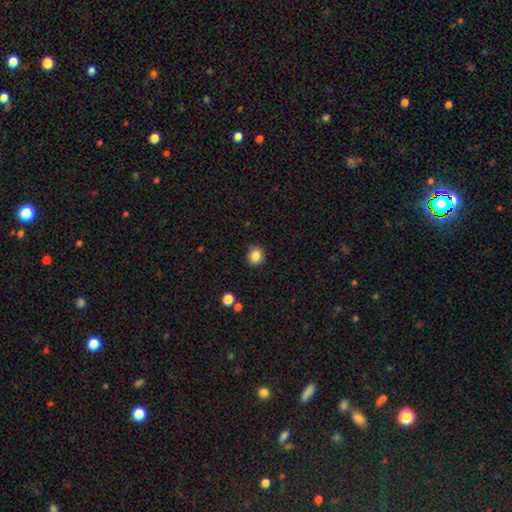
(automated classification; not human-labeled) smooth_or_featured: smooth (p=0.85) [alt: star or artifact p=0.10]
how_rounded: round (p=0.87) [alt: in between p=0.12]
merging: none (p=0.87) [alt: minor disturbance p=0.09]